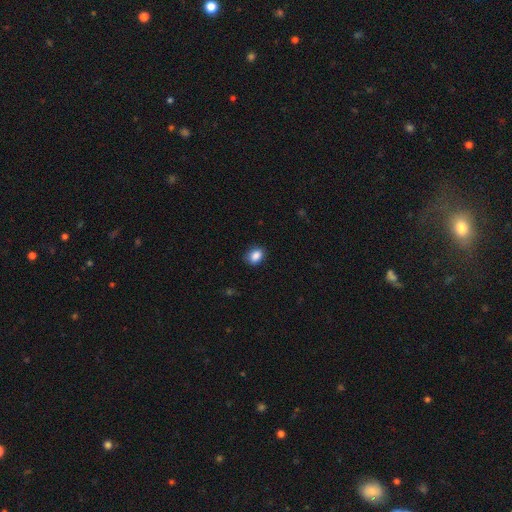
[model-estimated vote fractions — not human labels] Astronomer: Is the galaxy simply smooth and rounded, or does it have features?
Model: smooth — 87%.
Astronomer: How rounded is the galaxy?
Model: in between — 72%.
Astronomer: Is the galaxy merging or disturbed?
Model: none — 83%.